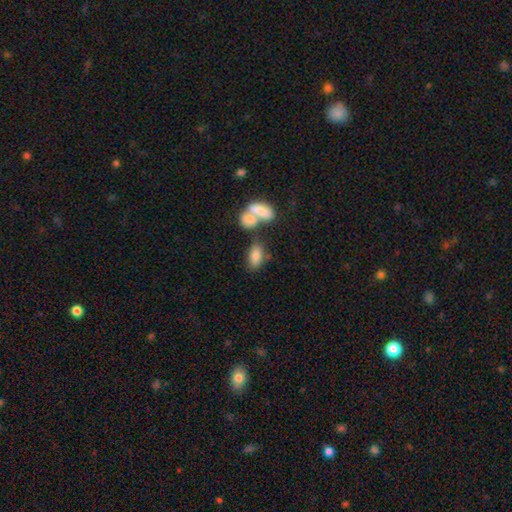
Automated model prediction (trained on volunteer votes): Smooth or featured? Predicted: smooth (p=0.78). How rounded? Predicted: in between (p=0.88). Merging? Predicted: none (p=0.47).